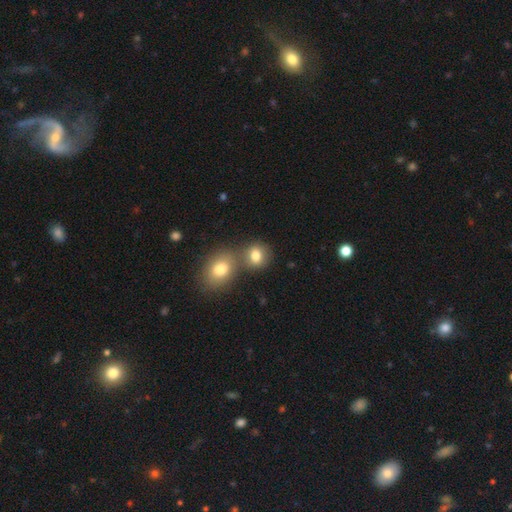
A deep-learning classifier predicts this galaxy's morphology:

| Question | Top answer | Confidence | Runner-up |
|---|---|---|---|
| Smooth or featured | smooth | 80% | star or artifact (11%) |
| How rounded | round | 68% | in between (31%) |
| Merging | none | 48% | merger (40%) |